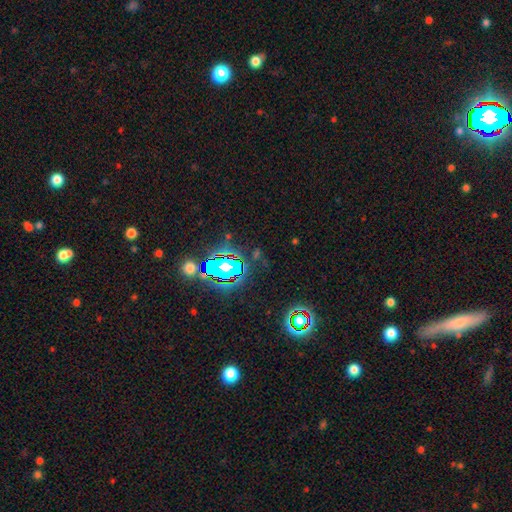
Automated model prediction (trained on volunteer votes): smooth-or-featured: star or artifact: 71% | smooth: 16% | featured or disk: 13%